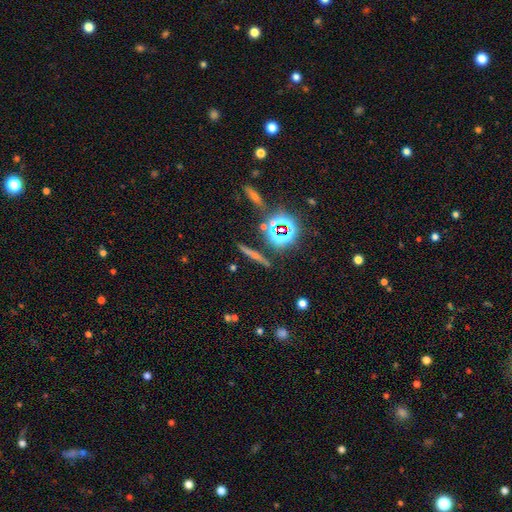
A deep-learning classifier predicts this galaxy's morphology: featured or disk 39%, star or artifact 33%, smooth 28%. Down the decision tree: merging — none (86%).